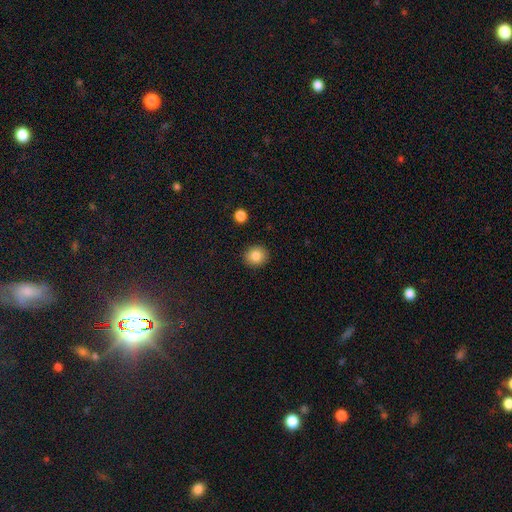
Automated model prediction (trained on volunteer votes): This is clearly a smooth galaxy (84%). How rounded: clearly round (83%). Merging: clearly none (90%).